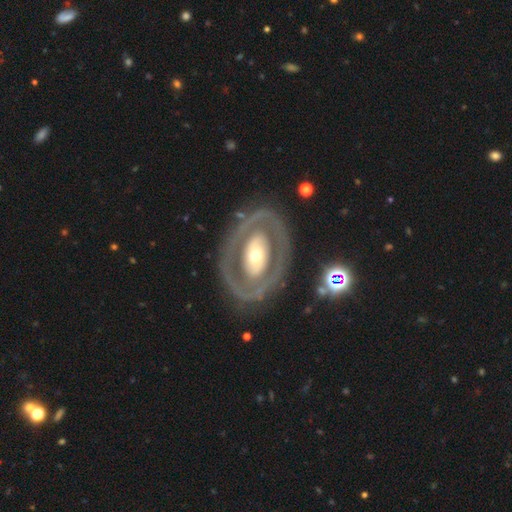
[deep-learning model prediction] A featured or disk galaxy (71%) with no bar (69%), no spiral arms (74%) and a moderate central bulge (53%).

Vote fractions:
- Smooth or featured? featured or disk: 71% / smooth: 24% / star or artifact: 5%
- Edge-on disk? no: 93% / yes: 7%
- Bar? no: 69% / weak: 16% / strong: 14%
- Spiral arms? no: 74% / yes: 26%
- Bulge size? moderate: 53% / small: 33% / large: 12% / dominant: 2% / none: 1%
- Merging? none: 79% / minor disturbance: 12% / major disturbance: 8% / merger: 2%